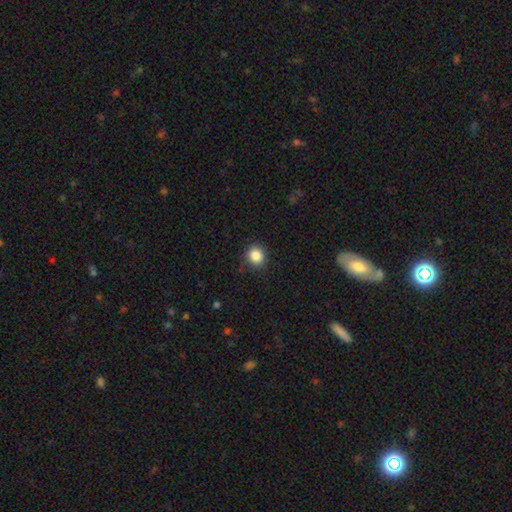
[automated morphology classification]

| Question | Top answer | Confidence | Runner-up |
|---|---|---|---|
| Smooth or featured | smooth | 86% | star or artifact (10%) |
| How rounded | round | 88% | in between (11%) |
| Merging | none | 88% | minor disturbance (9%) |